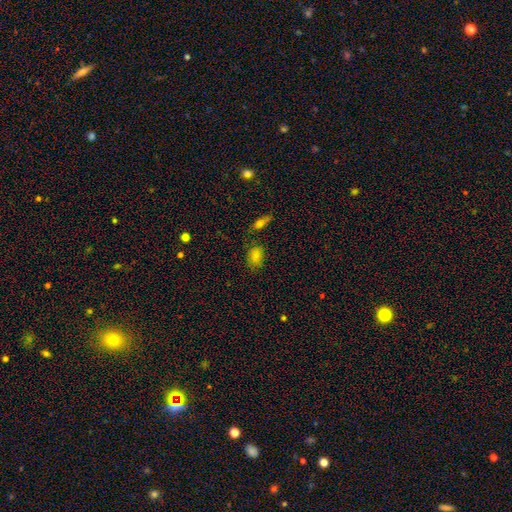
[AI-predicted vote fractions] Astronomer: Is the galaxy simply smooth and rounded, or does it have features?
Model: smooth — 80%.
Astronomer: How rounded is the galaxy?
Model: in between — 77%.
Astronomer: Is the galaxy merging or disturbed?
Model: none — 74%.